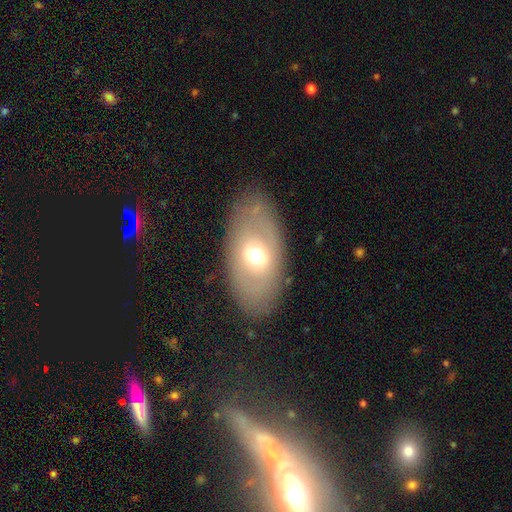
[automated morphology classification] smooth-or-featured: smooth: 48% | featured or disk: 44% | star or artifact: 8%
  merging: none: 81% | minor disturbance: 12% | major disturbance: 6% | merger: 2%